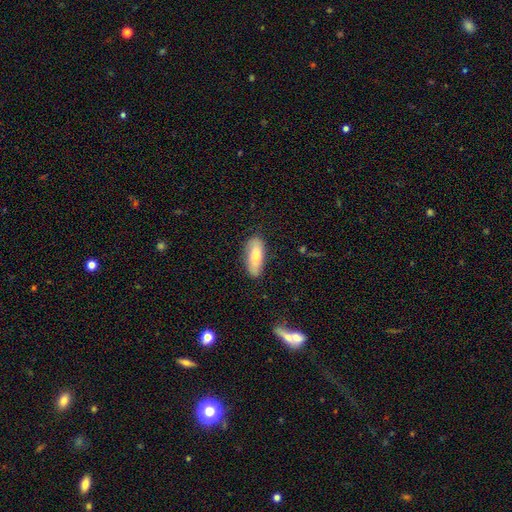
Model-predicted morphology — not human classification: type=smooth (73%); roundness=in between (71%); merging=none (81%).